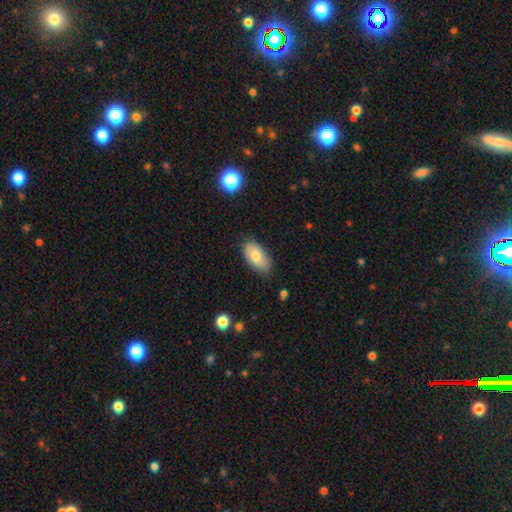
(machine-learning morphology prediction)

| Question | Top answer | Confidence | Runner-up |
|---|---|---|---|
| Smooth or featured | smooth | 77% | featured or disk (17%) |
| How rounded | in between | 94% | round (4%) |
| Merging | none | 80% | minor disturbance (16%) |